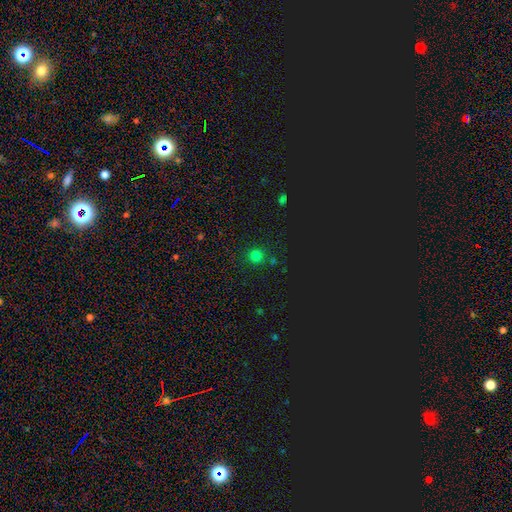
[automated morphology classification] A smooth galaxy with no disk features (73%) that is round (93%).

Vote fractions:
- Smooth or featured? smooth: 73% / star or artifact: 23% / featured or disk: 4%
- How rounded? round: 93% / in between: 6% / cigar-shaped: 1%
- Merging? none: 83% / minor disturbance: 8% / merger: 6% / major disturbance: 3%